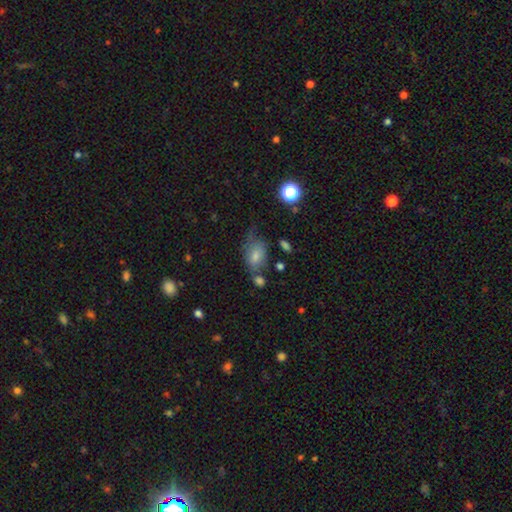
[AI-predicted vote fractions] This appears to be a smooth galaxy with no disk features (66%) that is in between round and cigar-shaped (84%). Merging: none (38%).